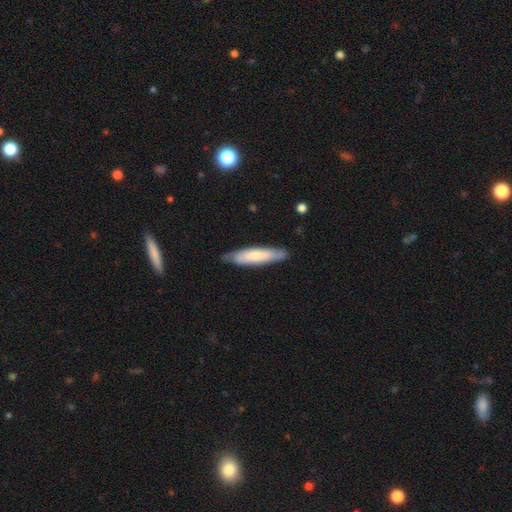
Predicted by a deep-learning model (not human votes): smooth_or_featured: smooth (p=0.66) [alt: featured or disk p=0.29]
how_rounded: cigar-shaped (p=0.77) [alt: in between p=0.22]
merging: none (p=0.80) [alt: minor disturbance p=0.16]